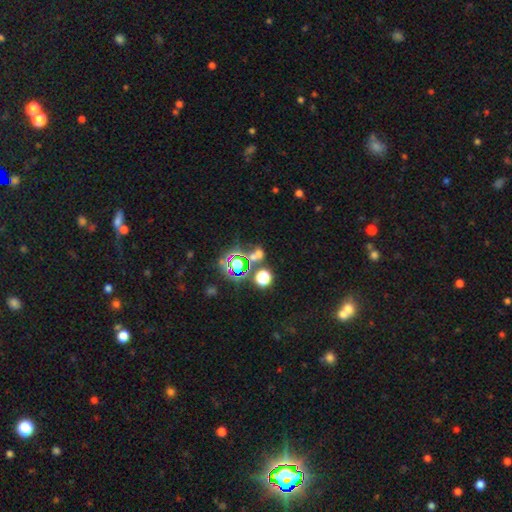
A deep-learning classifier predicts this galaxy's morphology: type=star or artifact (51%).